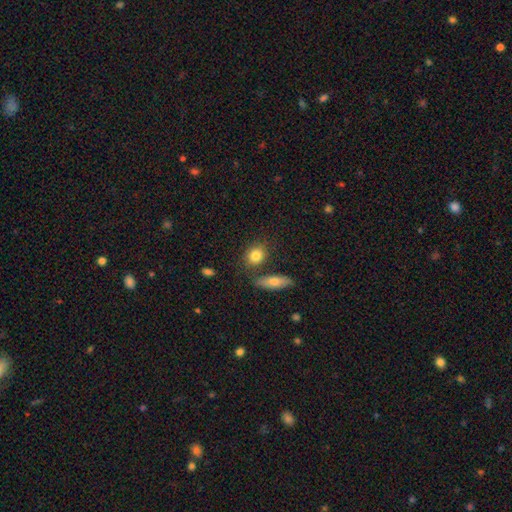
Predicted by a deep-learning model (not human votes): A smooth galaxy with no disk features (83%) that is round (53%). Merging: none (72%).